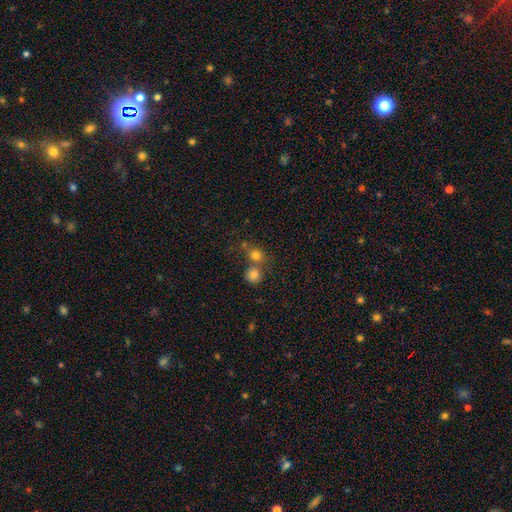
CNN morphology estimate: smooth_or_featured: smooth (p=0.75) [alt: star or artifact p=0.16]
how_rounded: round (p=0.83) [alt: in between p=0.16]
merging: none (p=0.49) [alt: merger p=0.41]